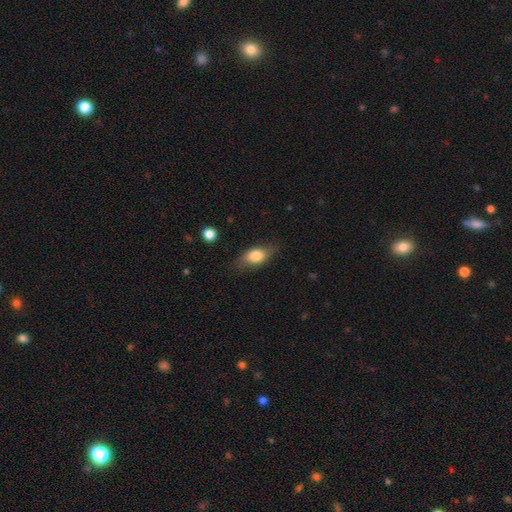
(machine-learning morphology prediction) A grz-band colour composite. It shows a smooth galaxy with no disk features (75%) that is in between round and cigar-shaped (81%). Merging: none (75%).